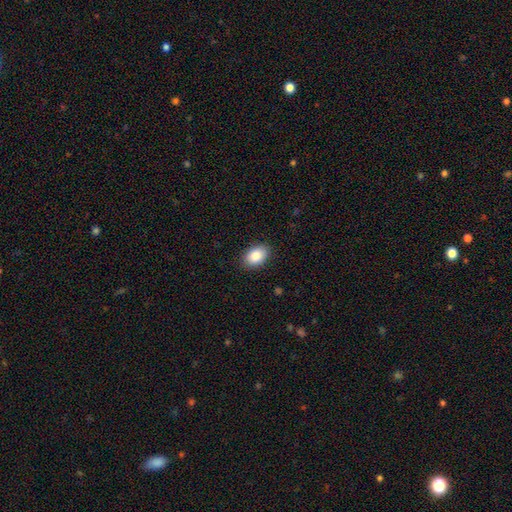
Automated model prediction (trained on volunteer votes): The model was most divided on "how rounded": in between: 86%, round: 13%, cigar-shaped: 1%. More confident: merging — none (88%); smooth or featured — smooth (87%).